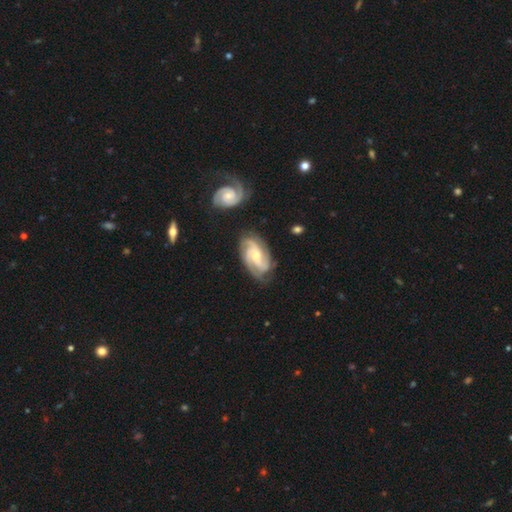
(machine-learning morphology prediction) A featured or disk galaxy (89%) with no bar (52%), 3 (52%) tight (52%) spiral arms (98%) and a small central bulge (50%). Merging: none (73%).